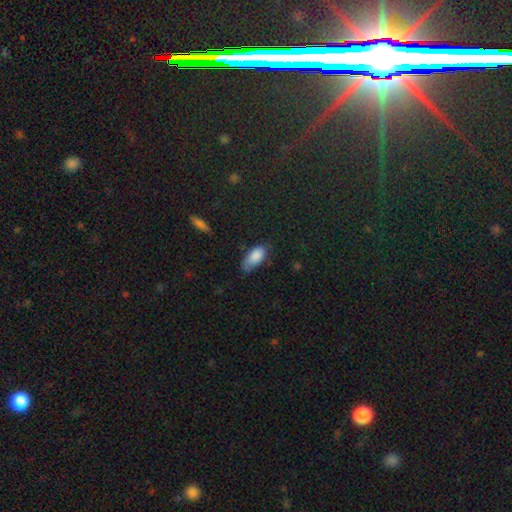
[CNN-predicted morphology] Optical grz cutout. It shows a smooth galaxy with no disk features (85%) that is in between round and cigar-shaped (90%). Merging: none (50%).